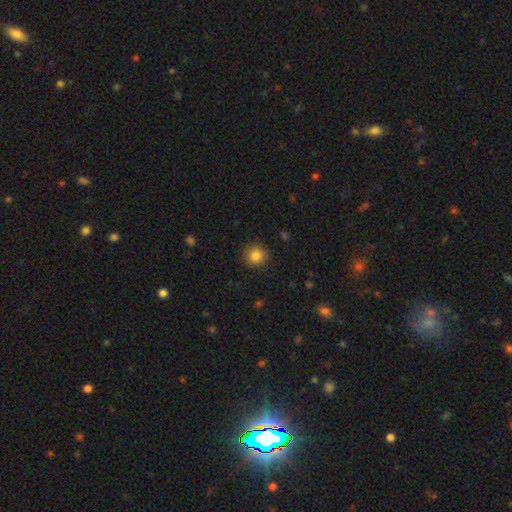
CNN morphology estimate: Smooth or featured? Predicted: smooth (p=0.85). How rounded? Predicted: round (p=0.91). Merging? Predicted: none (p=0.90).